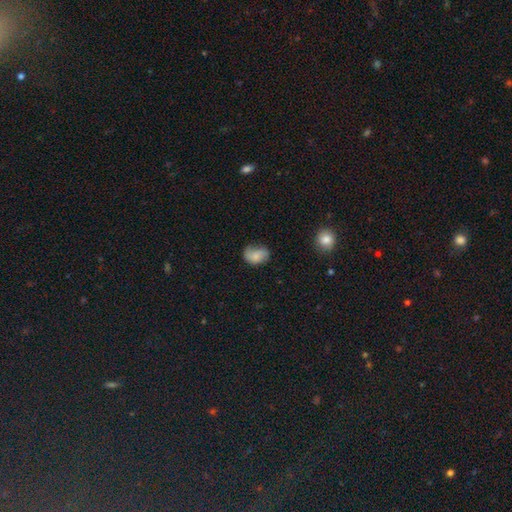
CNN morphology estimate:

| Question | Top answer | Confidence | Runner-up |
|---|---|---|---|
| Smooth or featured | smooth | 76% | featured or disk (15%) |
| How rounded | in between | 76% | round (23%) |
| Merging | none | 48% | minor disturbance (37%) |